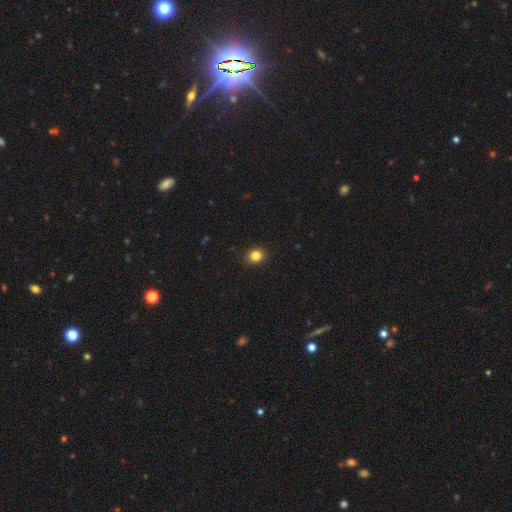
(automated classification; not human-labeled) Morphology: type=smooth (84%); roundness=round (69%); merging=none (90%).